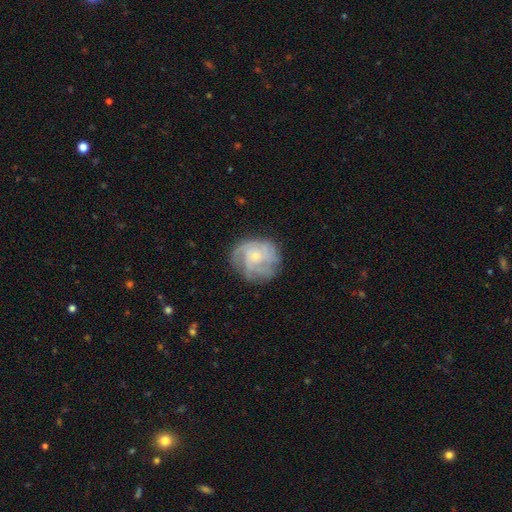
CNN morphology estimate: The model was most divided on "spiral arm count": can't tell: 33%, 3: 26%, 4: 18%, 2: 11%, more than 4: 6%, 1: 6%. More confident: edge-on disk — no (98%); spiral arms — yes (89%); bar — no (78%); smooth or featured — featured or disk (72%); bulge size — small (69%); merging — none (69%); spiral winding — tight (50%).